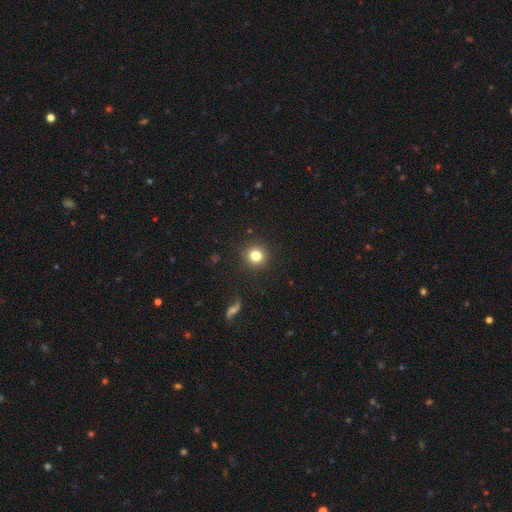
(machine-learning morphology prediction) smooth-or-featured: smooth: 81% | star or artifact: 12% | featured or disk: 6%
  how-rounded: round: 93% | in between: 6% | cigar-shaped: 1%
  merging: none: 91% | minor disturbance: 6% | major disturbance: 2% | merger: 1%